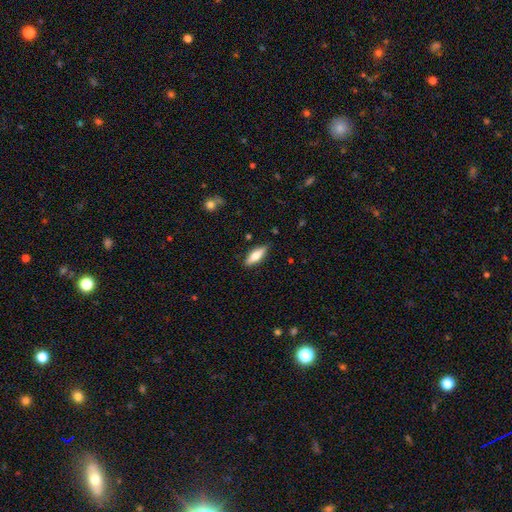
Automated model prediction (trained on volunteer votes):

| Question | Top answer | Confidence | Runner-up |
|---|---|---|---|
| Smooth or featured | smooth | 65% | featured or disk (29%) |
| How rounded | in between | 55% | cigar-shaped (43%) |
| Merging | none | 85% | minor disturbance (11%) |